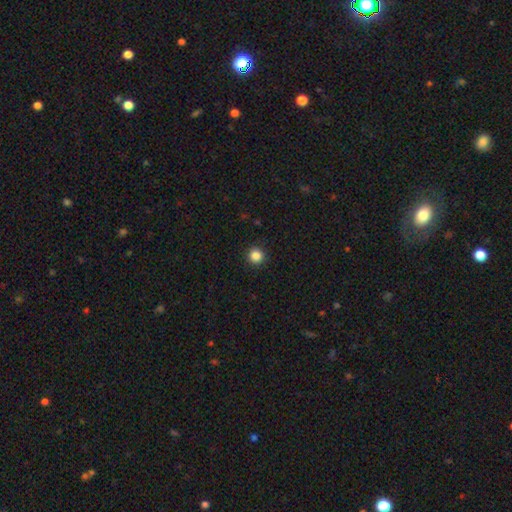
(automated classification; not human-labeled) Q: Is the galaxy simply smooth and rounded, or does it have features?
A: smooth — 86%.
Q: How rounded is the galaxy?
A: round — 94%.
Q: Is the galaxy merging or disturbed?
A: none — 92%.